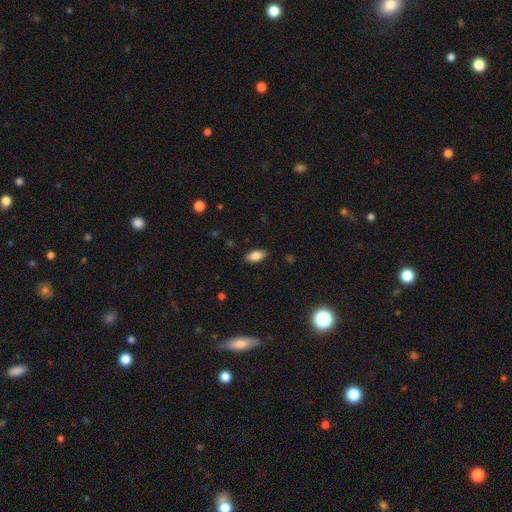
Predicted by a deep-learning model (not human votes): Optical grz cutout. It shows a smooth galaxy with no disk features (82%) that is in between round and cigar-shaped (89%). Merging: none (86%).